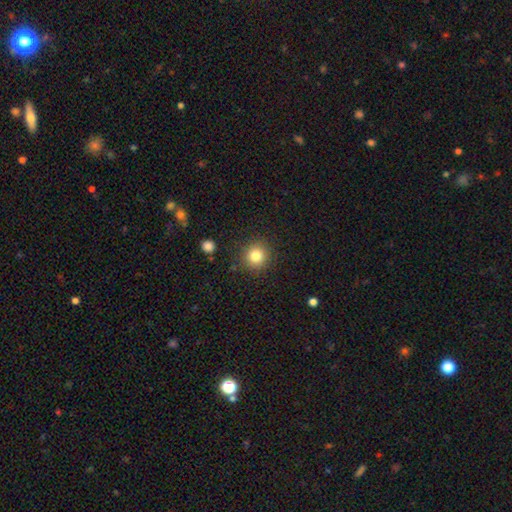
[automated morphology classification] This appears to be a smooth galaxy with no disk features (82%) that is round (92%). Merging: none (88%).